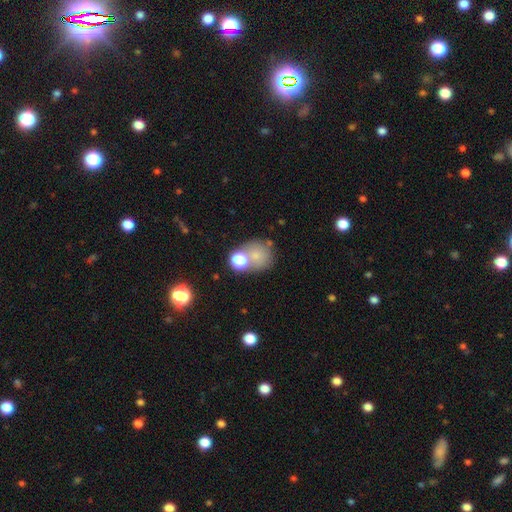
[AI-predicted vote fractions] Smooth or featured?
  - smooth: 71% *
  - star or artifact: 16%
  - featured or disk: 13%
How rounded?
  - round: 79% *
  - in between: 20%
  - cigar-shaped: 1%
Merging?
  - none: 54% *
  - merger: 26%
  - minor disturbance: 13%
  - major disturbance: 7%